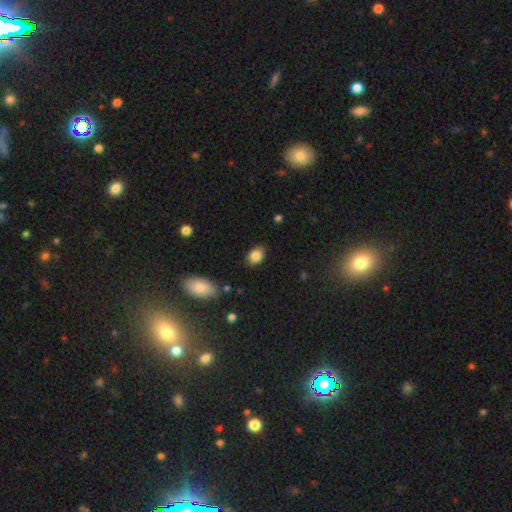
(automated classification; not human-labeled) Smooth or featured?
  - smooth: 85% *
  - star or artifact: 9%
  - featured or disk: 6%
How rounded?
  - in between: 78% *
  - round: 20%
  - cigar-shaped: 1%
Merging?
  - none: 83% *
  - minor disturbance: 12%
  - major disturbance: 2%
  - merger: 2%